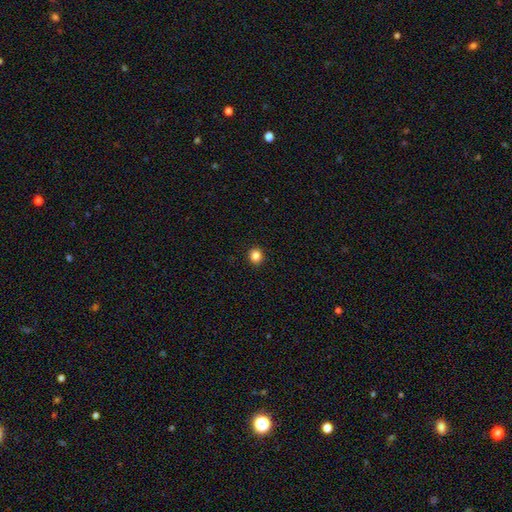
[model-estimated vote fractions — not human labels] A smooth galaxy with no disk features (85%) that is round (84%).

Vote fractions:
- Smooth or featured? smooth: 85% / star or artifact: 11% / featured or disk: 4%
- How rounded? round: 84% / in between: 15% / cigar-shaped: 1%
- Merging? none: 92% / minor disturbance: 5% / major disturbance: 2% / merger: 1%